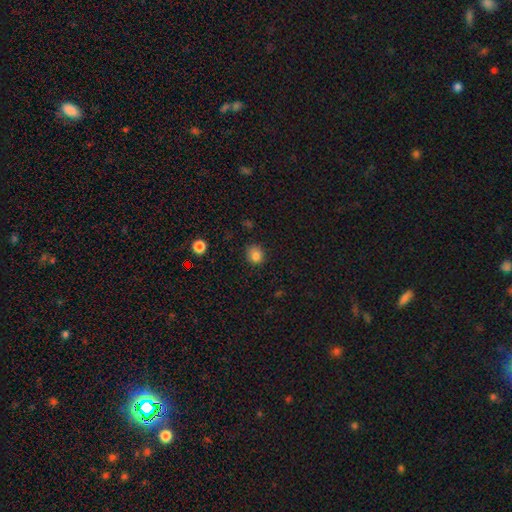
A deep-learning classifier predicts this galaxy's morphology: The model was most divided on "how rounded": round: 78%, in between: 21%, cigar-shaped: 1%. More confident: smooth or featured — smooth (82%); merging — none (79%).